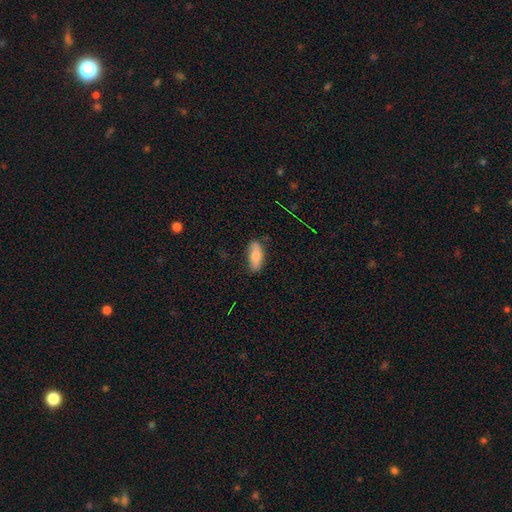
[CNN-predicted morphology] Smooth or featured?
  - smooth: 79% *
  - featured or disk: 14%
  - star or artifact: 7%
How rounded?
  - in between: 74% *
  - cigar-shaped: 24%
  - round: 2%
Merging?
  - none: 81% *
  - minor disturbance: 15%
  - major disturbance: 3%
  - merger: 2%